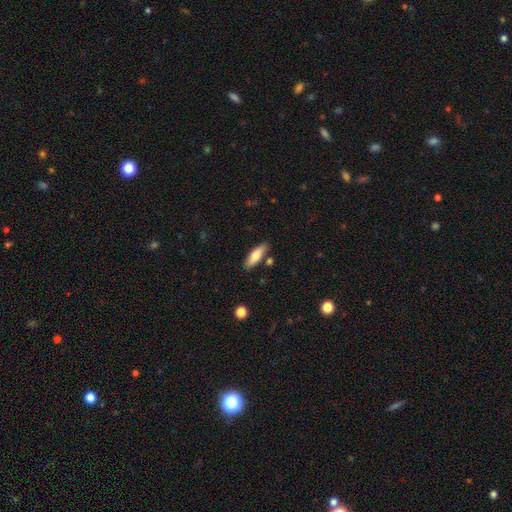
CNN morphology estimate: This is likely a smooth galaxy (72%). How rounded: possibly cigar-shaped (50%). Merging: clearly none (83%).